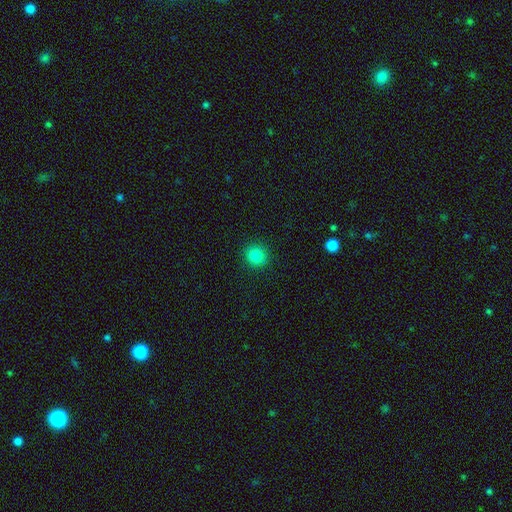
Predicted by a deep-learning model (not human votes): smooth_or_featured: smooth (p=0.84) [alt: star or artifact p=0.12]
how_rounded: round (p=0.89) [alt: in between p=0.10]
merging: none (p=0.91) [alt: minor disturbance p=0.06]